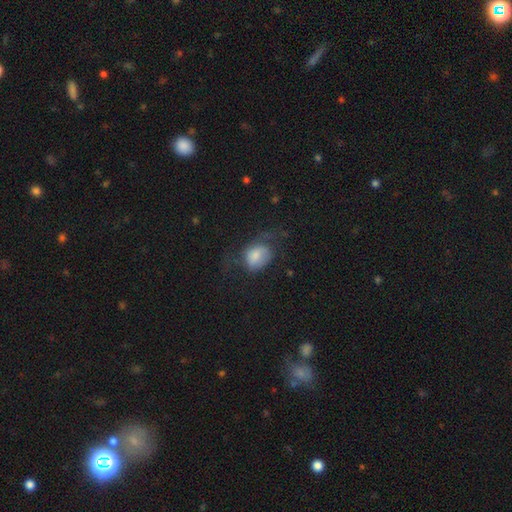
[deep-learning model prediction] A smooth galaxy with no disk features (66%) that is in between round and cigar-shaped (67%).

Vote fractions:
- Smooth or featured? smooth: 66% / featured or disk: 25% / star or artifact: 9%
- How rounded? in between: 67% / round: 32% / cigar-shaped: 1%
- Merging? major disturbance: 36% / none: 35% / minor disturbance: 27% / merger: 2%